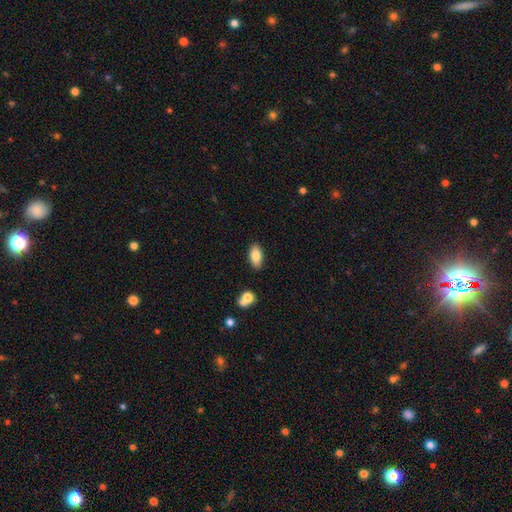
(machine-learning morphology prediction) smooth_or_featured: smooth (p=0.82) [alt: featured or disk p=0.10]
how_rounded: in between (p=0.90) [alt: cigar-shaped p=0.06]
merging: none (p=0.86) [alt: minor disturbance p=0.10]